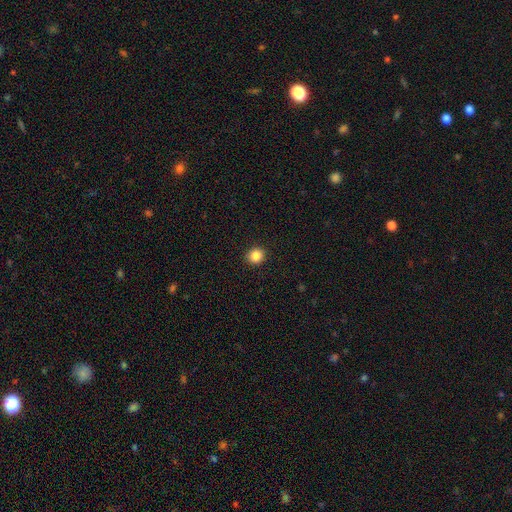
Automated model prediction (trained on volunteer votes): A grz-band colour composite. It shows a smooth galaxy with no disk features (85%) that is round (85%). Merging: none (92%).